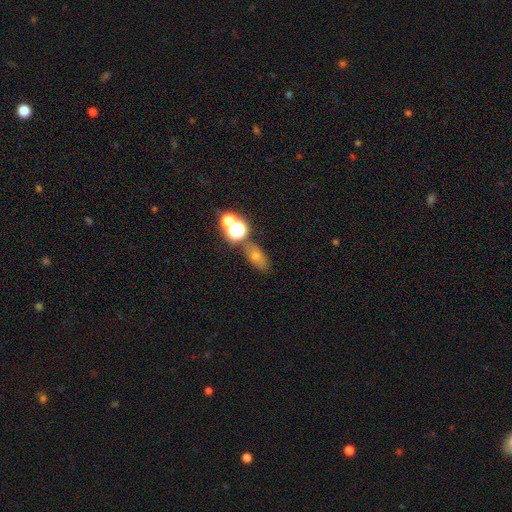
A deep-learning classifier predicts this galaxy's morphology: A smooth galaxy with no disk features (47%). Merging: none (67%).